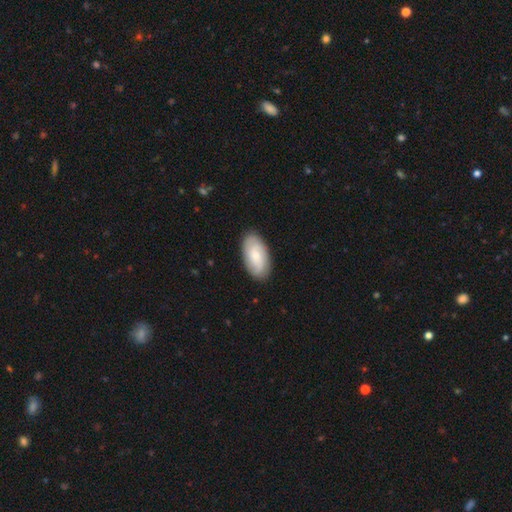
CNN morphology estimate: smooth-or-featured: smooth: 59% | featured or disk: 35% | star or artifact: 6%
  how-rounded: in between: 94% | cigar-shaped: 3% | round: 3%
  merging: none: 86% | minor disturbance: 10% | major disturbance: 2% | merger: 1%